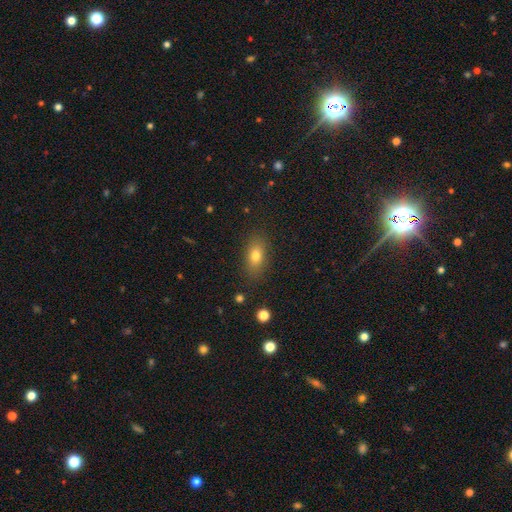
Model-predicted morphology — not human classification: Smooth or featured: smooth — 77% (featured or disk — 12%)
How rounded: in between — 82% (round — 10%)
Merging: none — 85% (minor disturbance — 10%)